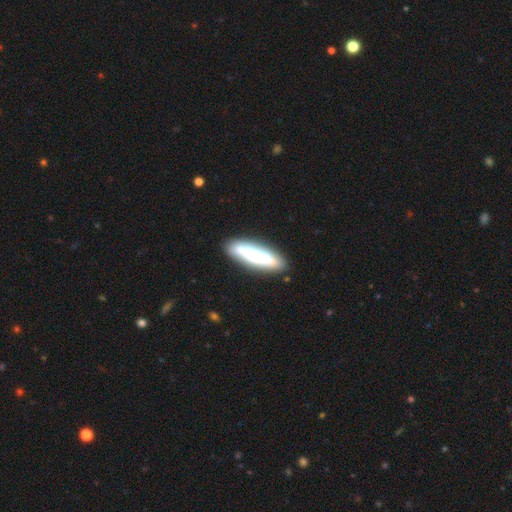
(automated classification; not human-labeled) The model was most divided on "smooth or featured": smooth: 52%, featured or disk: 42%, star or artifact: 6%. More confident: merging — none (82%); how rounded — cigar-shaped (65%).